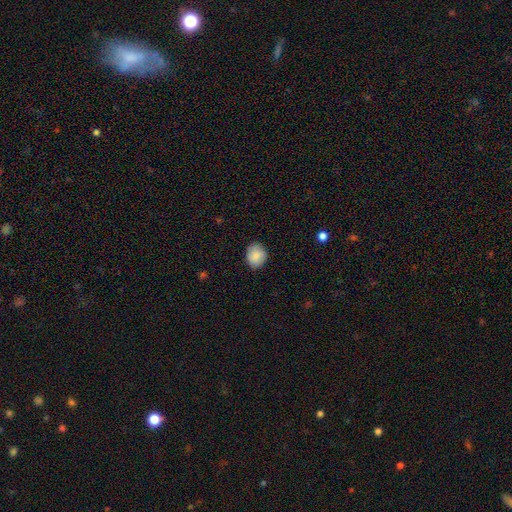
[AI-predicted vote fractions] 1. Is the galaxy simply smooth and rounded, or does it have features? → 87% smooth, 7% star or artifact, 6% featured or disk.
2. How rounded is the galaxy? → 59% round, 40% in between, 1% cigar-shaped.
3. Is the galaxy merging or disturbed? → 86% none, 11% minor disturbance, 2% major disturbance, 1% merger.